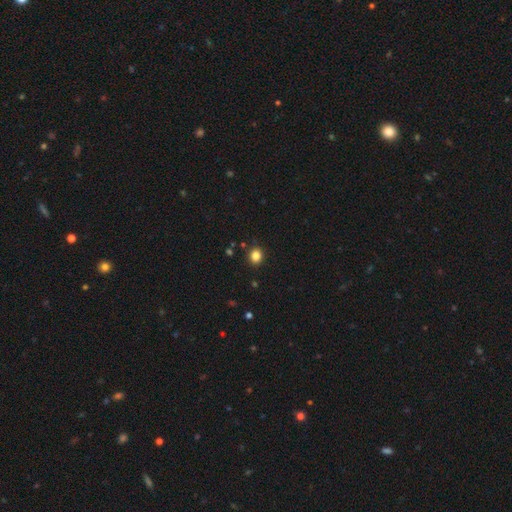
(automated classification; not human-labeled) This appears to be a smooth galaxy with no disk features (84%) that is round (68%). Merging: none (90%).